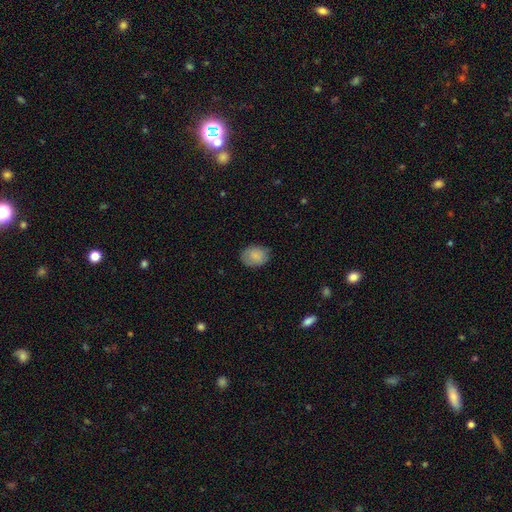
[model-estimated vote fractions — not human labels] This appears to be a smooth galaxy with no disk features (86%) that is in between round and cigar-shaped (59%). Merging: none (78%).